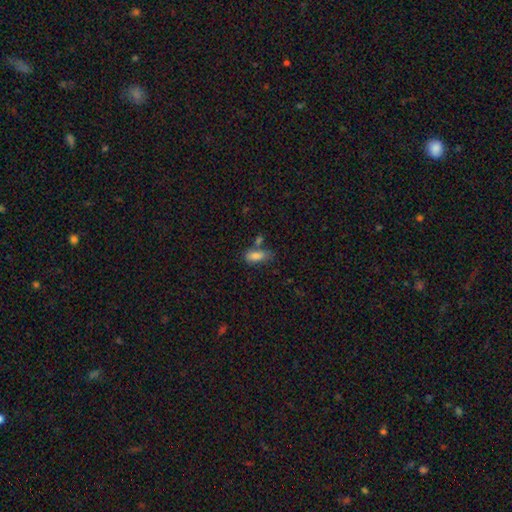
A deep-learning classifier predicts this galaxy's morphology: Overall: smooth (82%). How rounded: in between (83%). Merging: none (48%; merger 22%).